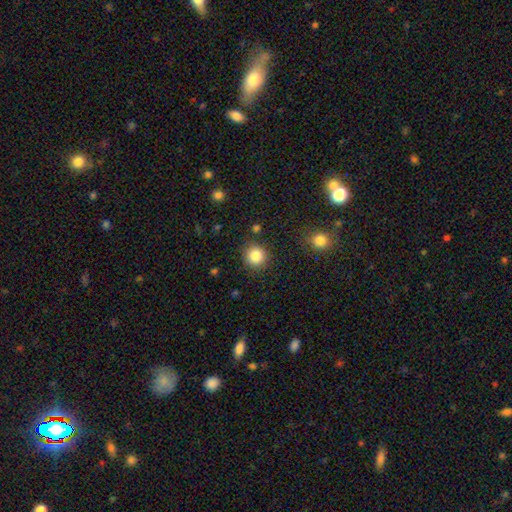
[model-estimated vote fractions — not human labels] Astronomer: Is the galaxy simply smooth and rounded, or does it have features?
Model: smooth — 85%.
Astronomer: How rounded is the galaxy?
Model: round — 92%.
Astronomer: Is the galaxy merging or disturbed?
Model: none — 87%.